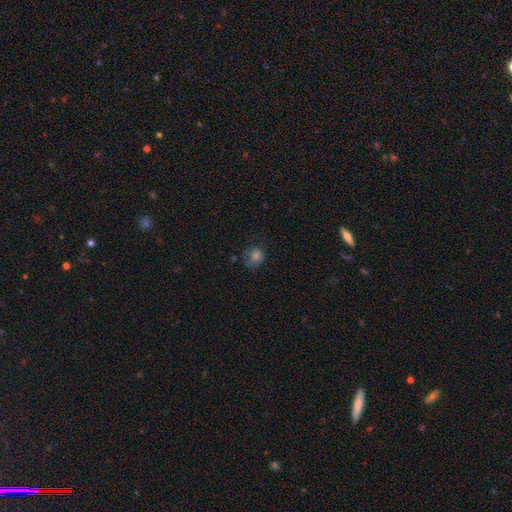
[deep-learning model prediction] Smooth or featured: smooth — 72% (star or artifact — 15%)
How rounded: round — 77% (in between — 22%)
Merging: none — 57% (minor disturbance — 26%)